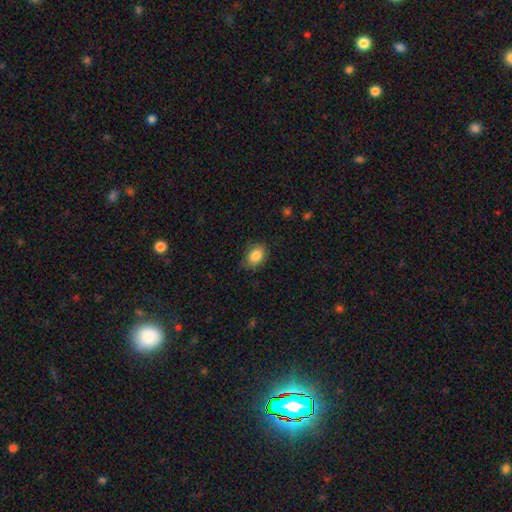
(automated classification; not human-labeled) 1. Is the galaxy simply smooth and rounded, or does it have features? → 85% smooth, 8% star or artifact, 7% featured or disk.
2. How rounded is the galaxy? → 75% in between, 24% round, 1% cigar-shaped.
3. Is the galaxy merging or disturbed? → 74% none, 21% minor disturbance, 4% major disturbance, 1% merger.